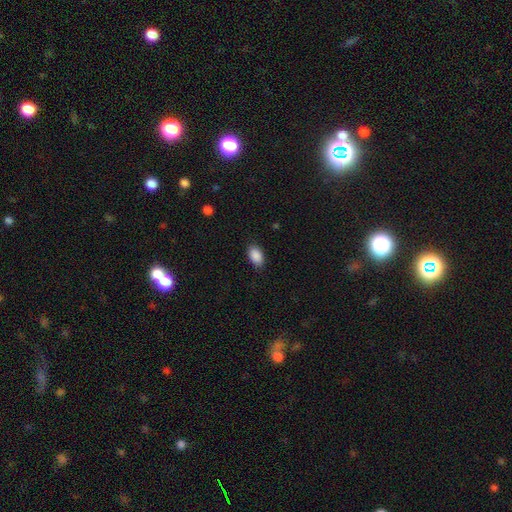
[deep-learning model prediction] A smooth galaxy with no disk features (89%) that is in between round and cigar-shaped (91%).

Vote fractions:
- Smooth or featured? smooth: 89% / star or artifact: 7% / featured or disk: 3%
- How rounded? in between: 91% / round: 8% / cigar-shaped: 1%
- Merging? none: 84% / minor disturbance: 12% / major disturbance: 3% / merger: 1%